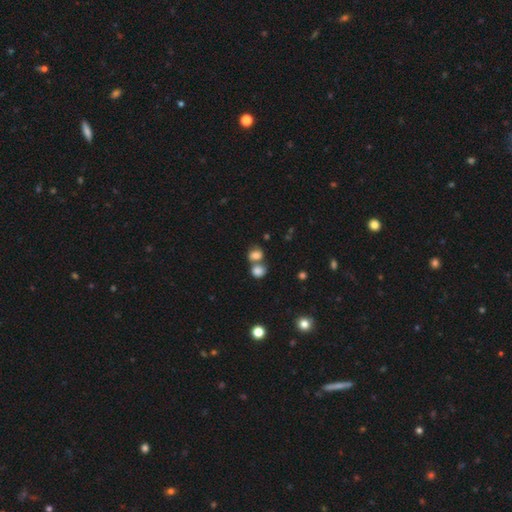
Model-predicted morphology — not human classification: type=smooth (79%); roundness=round (51%); merging=merger (53%).